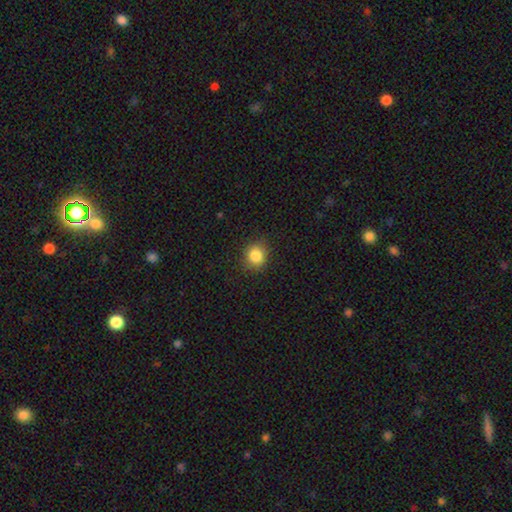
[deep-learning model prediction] Smooth or featured: smooth — 85% (star or artifact — 11%)
How rounded: round — 81% (in between — 18%)
Merging: none — 87% (minor disturbance — 9%)